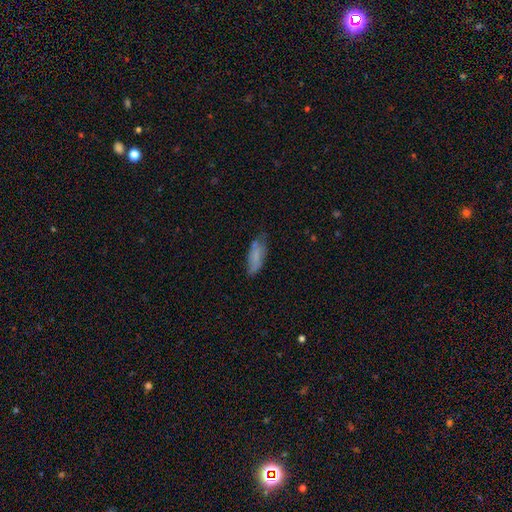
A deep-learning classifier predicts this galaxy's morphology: This appears to be a smooth galaxy with no disk features (71%) that is in between round and cigar-shaped (63%). Merging: none (61%).